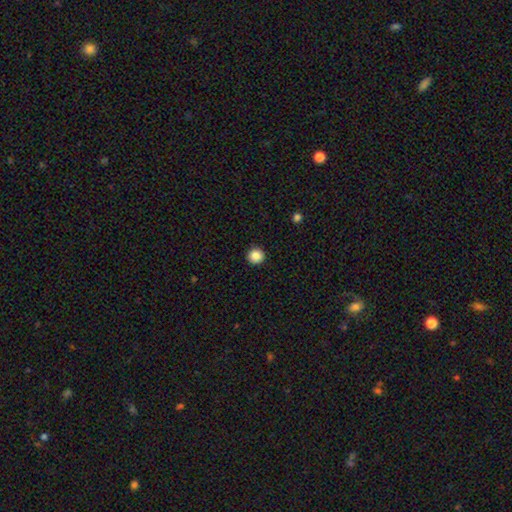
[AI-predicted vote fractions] smooth_or_featured: smooth (p=0.86) [alt: star or artifact p=0.10]
how_rounded: round (p=0.95) [alt: in between p=0.04]
merging: none (p=0.93) [alt: minor disturbance p=0.05]